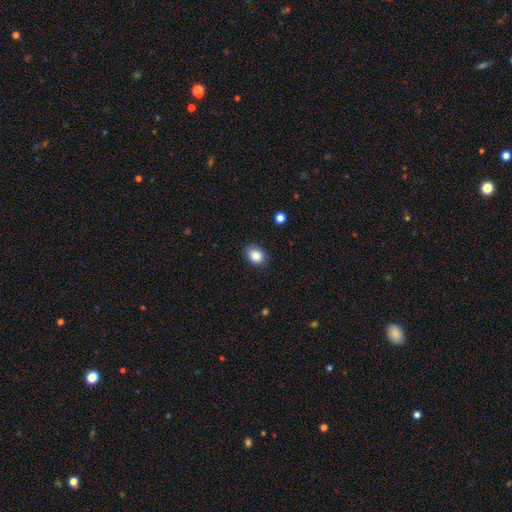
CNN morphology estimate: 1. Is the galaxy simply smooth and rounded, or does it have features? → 86% smooth, 9% star or artifact, 5% featured or disk.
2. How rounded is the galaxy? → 55% in between, 44% round, 1% cigar-shaped.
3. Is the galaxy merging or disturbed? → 86% none, 11% minor disturbance, 3% major disturbance, 1% merger.